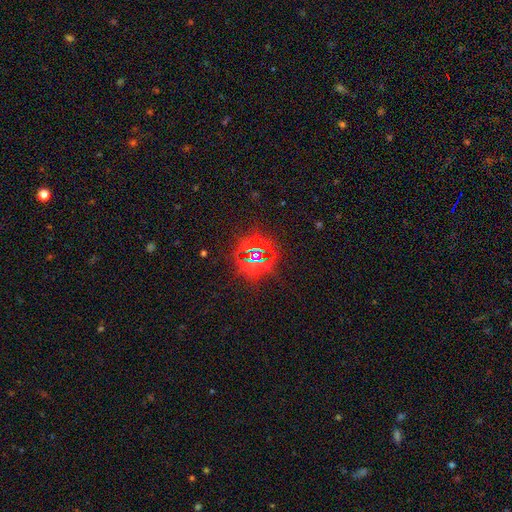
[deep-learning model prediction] This appears to be a star or artifact, not a galaxy (80%).